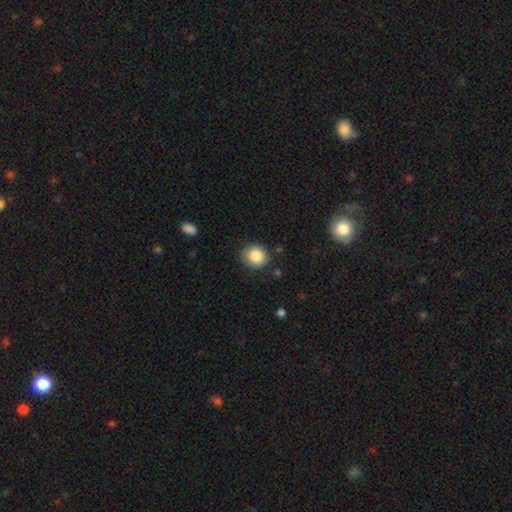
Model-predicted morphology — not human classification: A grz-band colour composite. It shows a smooth galaxy with no disk features (86%) that is round (83%). Merging: none (81%).